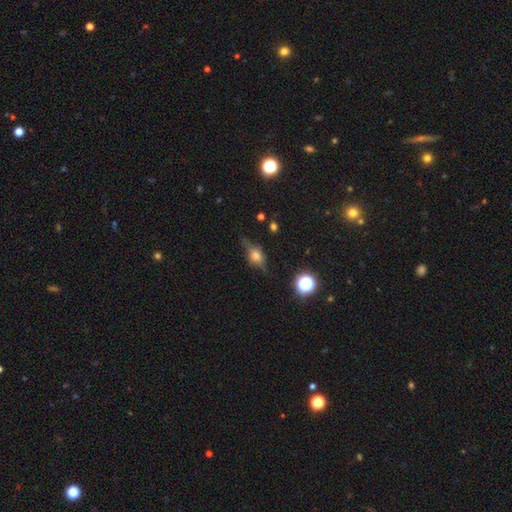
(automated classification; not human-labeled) smooth-or-featured: featured or disk: 63% | smooth: 25% | star or artifact: 12%
  disk-edge-on: yes: 91% | no: 9%
    edge-on-bulge: rounded: 91% | boxy: 8% | none: 2%
  merging: none: 75% | minor disturbance: 18% | major disturbance: 6% | merger: 2%